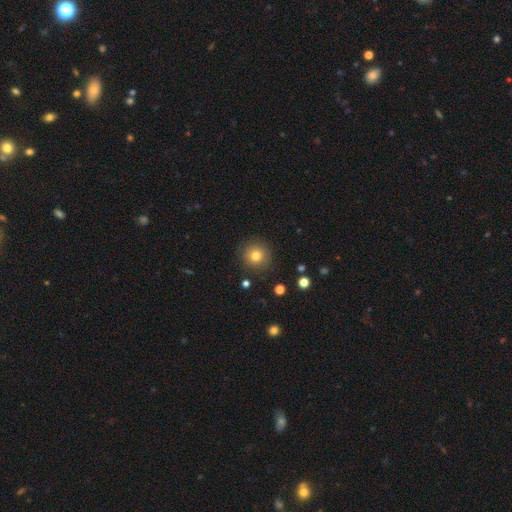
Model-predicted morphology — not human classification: This appears to be a smooth galaxy with no disk features (78%) that is round (94%). Merging: none (88%).